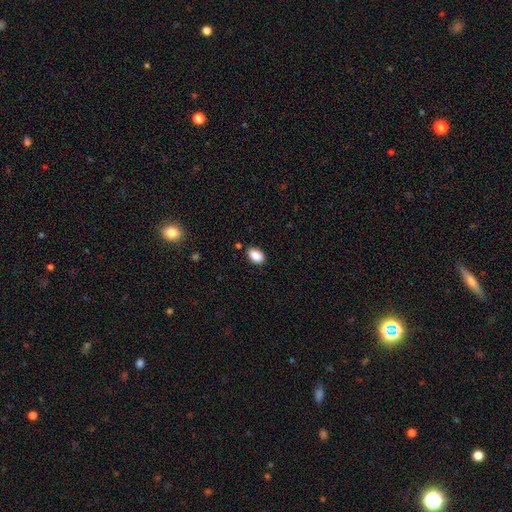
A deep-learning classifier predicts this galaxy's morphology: This appears to be a smooth galaxy with no disk features (89%) that is in between round and cigar-shaped (85%). Merging: none (83%).